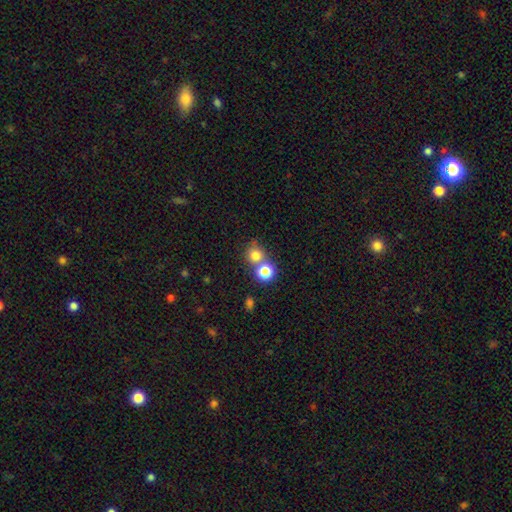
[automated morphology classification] This is likely a smooth galaxy (74%). How rounded: clearly round (86%). Merging: possibly none (56%).